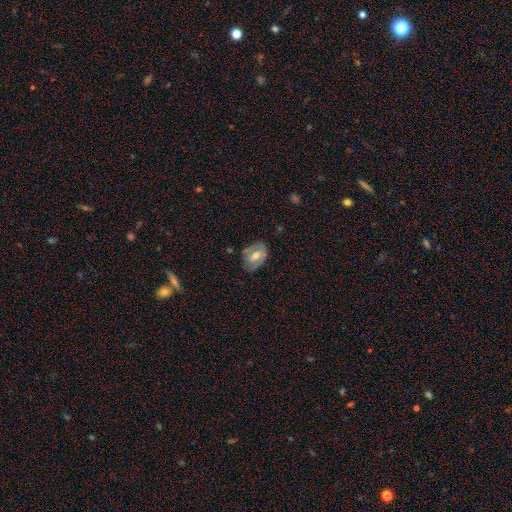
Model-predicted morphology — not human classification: The model was most divided on "smooth or featured": featured or disk: 47%, smooth: 45%, star or artifact: 8%. More confident: merging — none (67%).